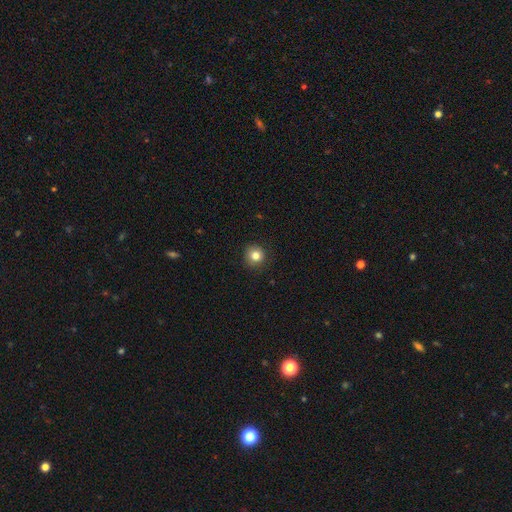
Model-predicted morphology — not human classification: type=smooth (82%); roundness=round (92%); merging=none (89%).